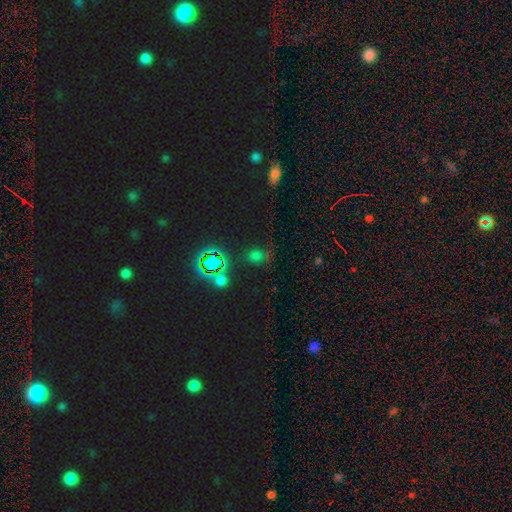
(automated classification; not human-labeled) Smooth or featured? star or artifact (47%)